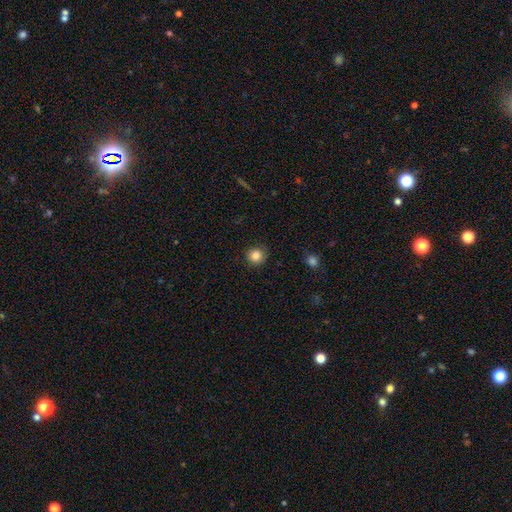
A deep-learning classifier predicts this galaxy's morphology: A smooth galaxy with no disk features (84%) that is round (91%). Merging: none (88%).